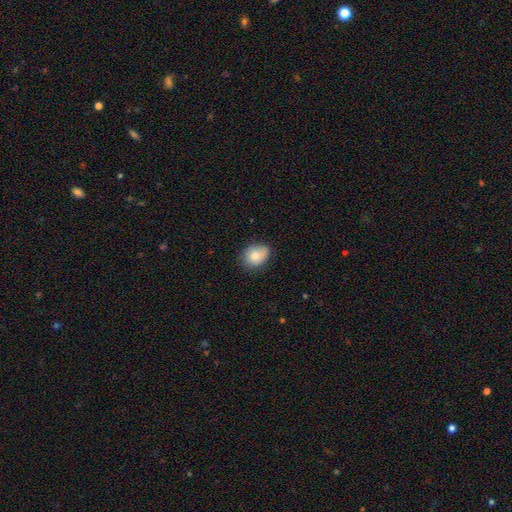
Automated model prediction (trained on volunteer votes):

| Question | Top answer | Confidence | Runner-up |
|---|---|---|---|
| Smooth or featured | smooth | 79% | featured or disk (13%) |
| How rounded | in between | 52% | round (47%) |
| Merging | none | 66% | minor disturbance (27%) |